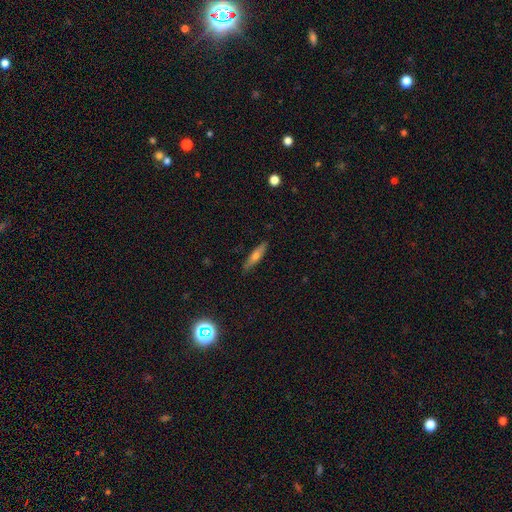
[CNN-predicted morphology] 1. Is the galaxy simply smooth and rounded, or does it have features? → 57% smooth, 36% featured or disk, 7% star or artifact.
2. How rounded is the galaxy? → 78% cigar-shaped, 20% in between, 2% round.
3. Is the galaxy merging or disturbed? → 86% none, 11% minor disturbance, 2% major disturbance, 1% merger.